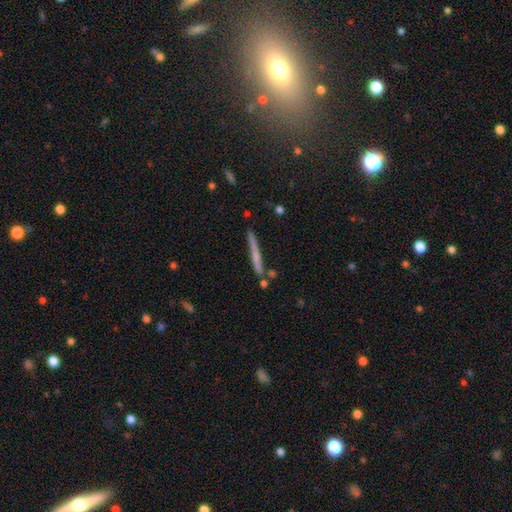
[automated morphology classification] featured or disk 49%, smooth 43%, star or artifact 8%. Down the decision tree: merging — none (79%).